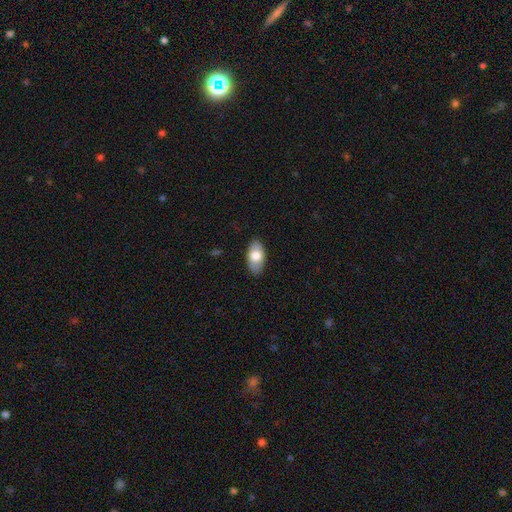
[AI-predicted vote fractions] The model was most divided on "smooth or featured": smooth: 72%, featured or disk: 22%, star or artifact: 6%. More confident: how rounded — in between (94%); merging — none (84%).